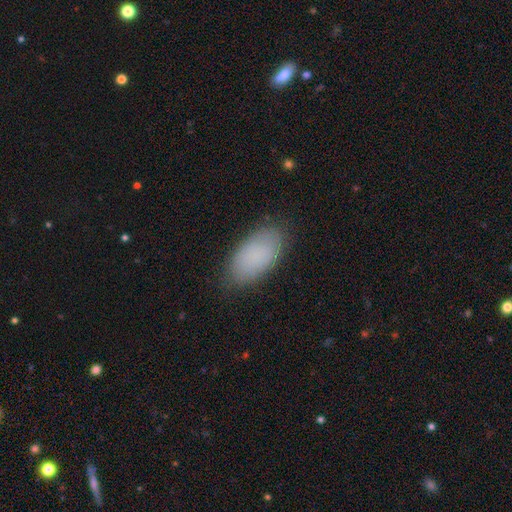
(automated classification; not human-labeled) Q: Smooth or featured?
A: smooth (85%); runner-up: featured or disk (8%)
Q: How rounded?
A: in between (95%); runner-up: cigar-shaped (3%)
Q: Merging?
A: none (83%); runner-up: minor disturbance (13%)